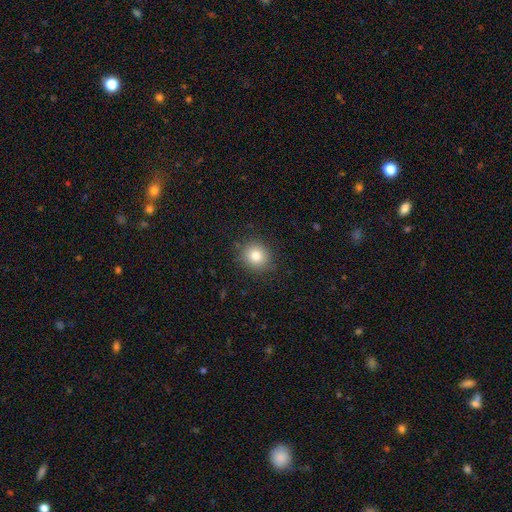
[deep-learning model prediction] A smooth galaxy with no disk features (80%) that is round (87%). Merging: none (87%).